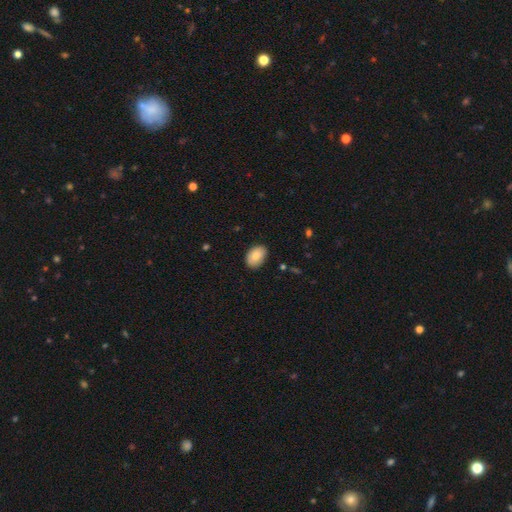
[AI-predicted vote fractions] Q: Smooth or featured?
A: smooth (83%); runner-up: featured or disk (10%)
Q: How rounded?
A: in between (86%); runner-up: round (13%)
Q: Merging?
A: none (84%); runner-up: minor disturbance (13%)